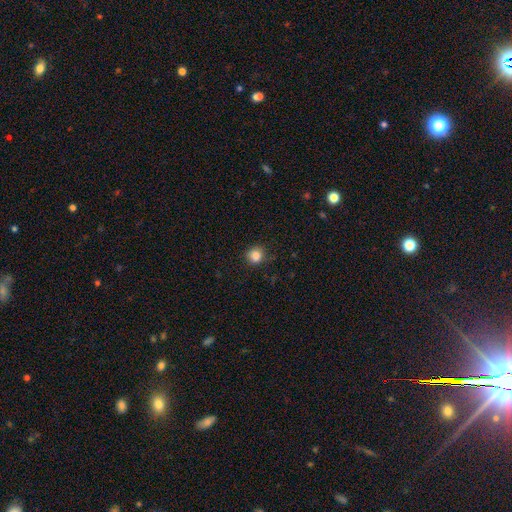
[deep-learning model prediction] A smooth galaxy with no disk features (85%) that is round (87%).

Vote fractions:
- Smooth or featured? smooth: 85% / star or artifact: 11% / featured or disk: 4%
- How rounded? round: 87% / in between: 12% / cigar-shaped: 1%
- Merging? none: 85% / minor disturbance: 11% / major disturbance: 3% / merger: 1%